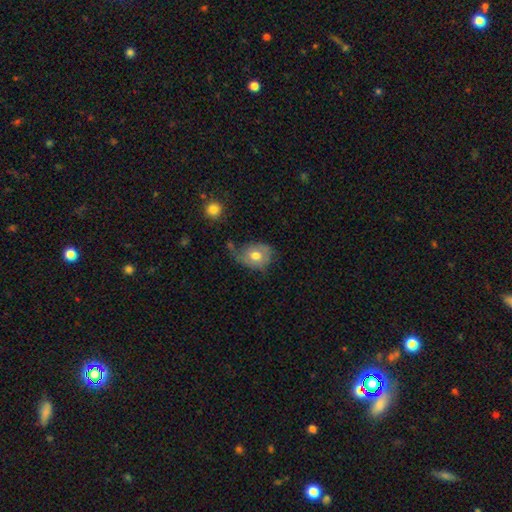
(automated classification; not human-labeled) smooth_or_featured: smooth (p=0.63) [alt: featured or disk p=0.29]
how_rounded: in between (p=0.52) [alt: round p=0.47]
merging: none (p=0.40) [alt: minor disturbance p=0.35]